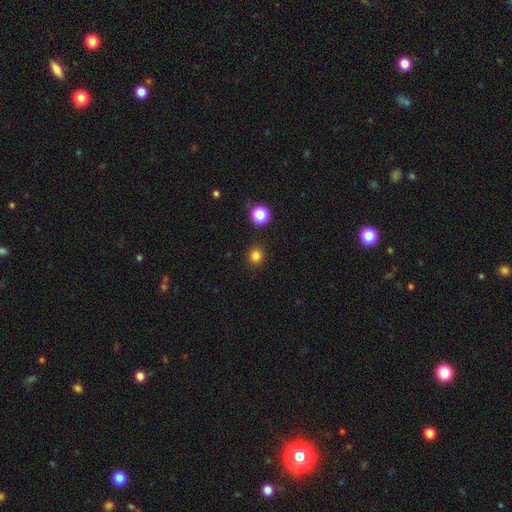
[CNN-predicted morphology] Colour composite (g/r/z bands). It shows a smooth galaxy with no disk features (81%) that is round (87%). Merging: none (90%).